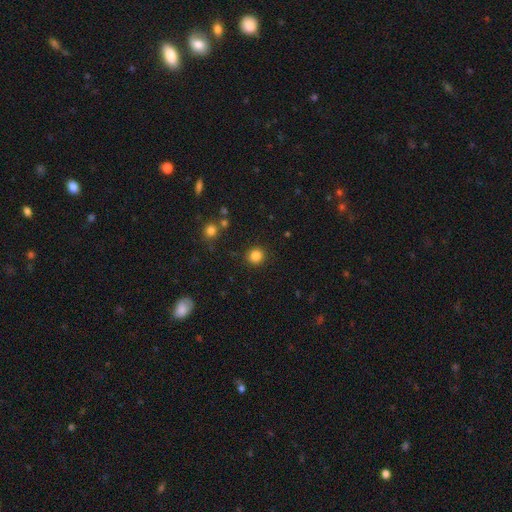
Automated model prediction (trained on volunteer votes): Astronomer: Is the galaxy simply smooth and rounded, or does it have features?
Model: smooth — 84%.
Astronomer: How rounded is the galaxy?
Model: round — 89%.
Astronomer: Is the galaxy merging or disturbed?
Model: none — 90%.